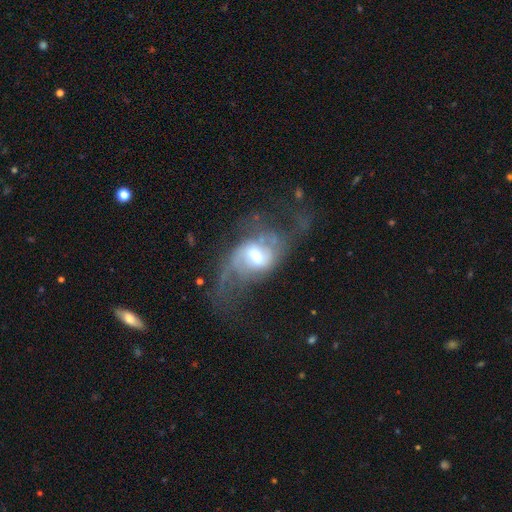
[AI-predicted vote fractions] Smooth or featured?
  - featured or disk: 72% *
  - smooth: 20%
  - star or artifact: 8%
Edge-on disk?
  - no: 95% *
  - yes: 5%
Bar?
  - weak: 51% *
  - no: 28%
  - strong: 21%
Spiral arms?
  - yes: 80% *
  - no: 20%
Spiral winding?
  - loose: 53% *
  - medium: 35%
  - tight: 12%
Spiral arm count?
  - 2: 72% *
  - can't tell: 15%
  - 1: 6%
  - 3: 4%
  - 4: 2%
  - more than 4: 2%
Bulge size?
  - moderate: 60% *
  - large: 21%
  - small: 14%
  - dominant: 3%
  - none: 2%
Merging?
  - major disturbance: 41% *
  - none: 36%
  - minor disturbance: 19%
  - merger: 4%